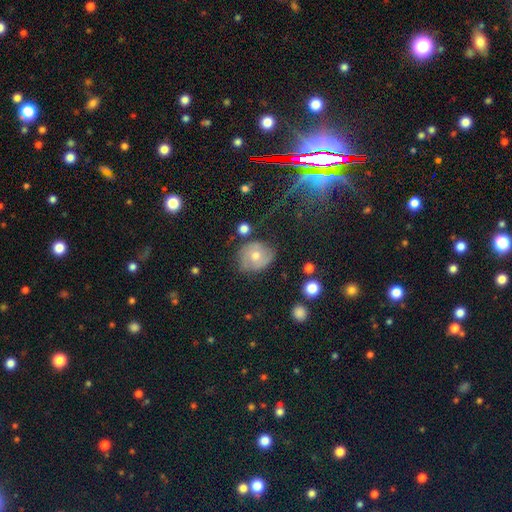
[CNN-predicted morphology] Q: Smooth or featured?
A: smooth (53%); runner-up: featured or disk (38%)
Q: How rounded?
A: round (62%); runner-up: in between (37%)
Q: Merging?
A: none (63%); runner-up: minor disturbance (24%)